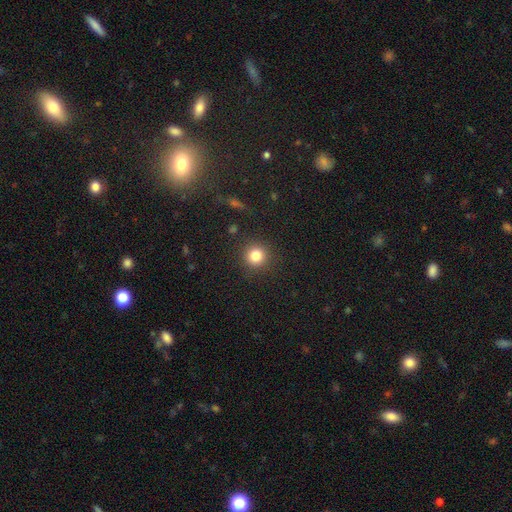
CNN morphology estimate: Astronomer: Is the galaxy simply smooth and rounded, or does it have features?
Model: smooth — 82%.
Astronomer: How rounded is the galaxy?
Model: round — 93%.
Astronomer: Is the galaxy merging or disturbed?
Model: none — 90%.